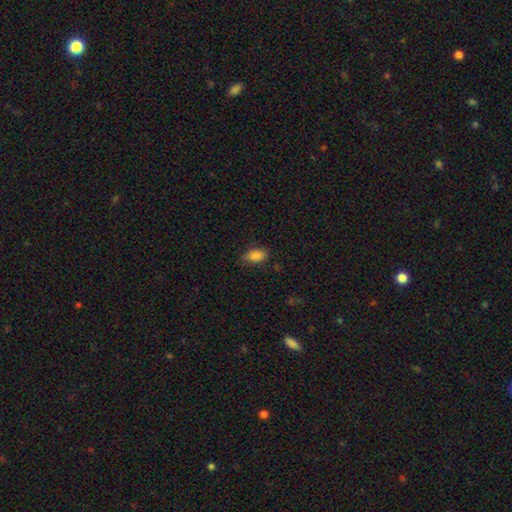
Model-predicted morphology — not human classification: Smooth or featured? smooth (86%)
How rounded? in between (90%)
Merging? none (76%)